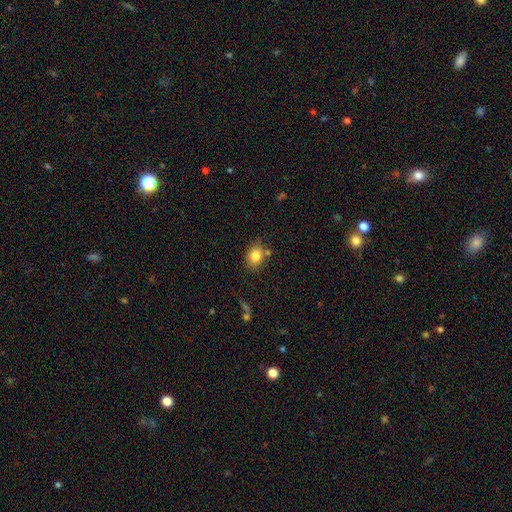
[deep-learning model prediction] Morphology: type=smooth (83%); roundness=in between (54%); merging=none (71%).